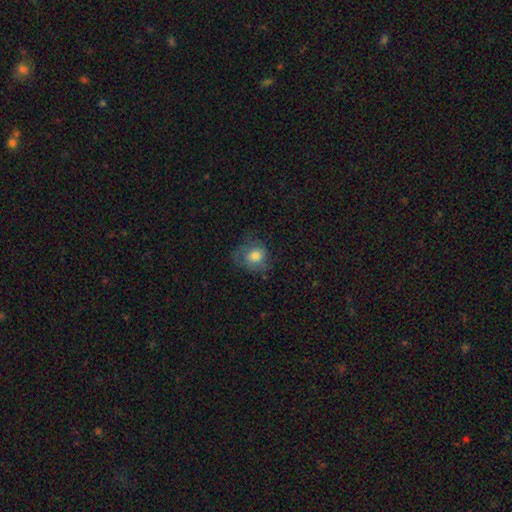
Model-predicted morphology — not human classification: type=smooth (75%); roundness=round (72%); merging=none (55%).